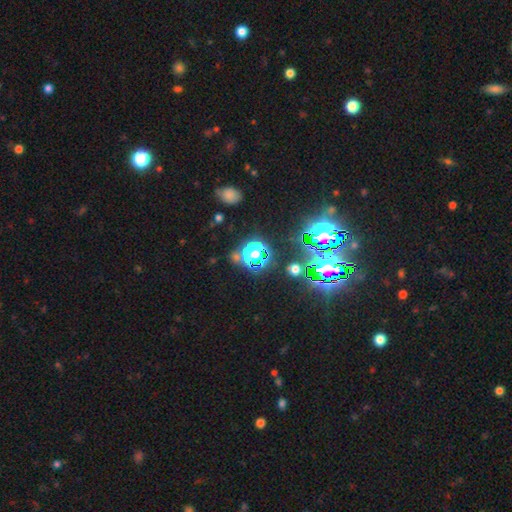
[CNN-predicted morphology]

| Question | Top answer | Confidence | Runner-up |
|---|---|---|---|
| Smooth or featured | star or artifact | 52% | smooth (37%) |